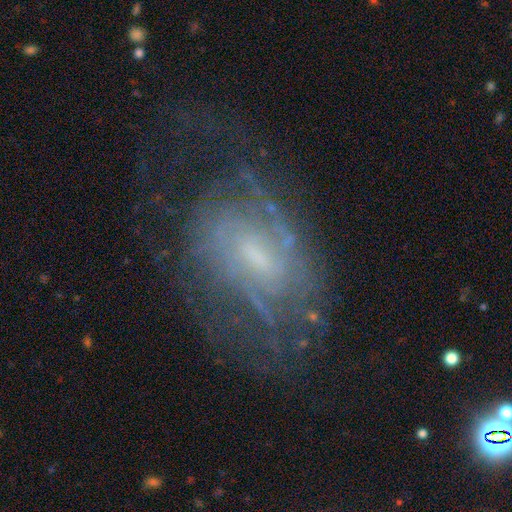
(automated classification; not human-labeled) A featured or disk galaxy (78%) with a weak bar (50%), tight (49%) spiral arms (83%) and a small central bulge (49%). Merging: none (59%).